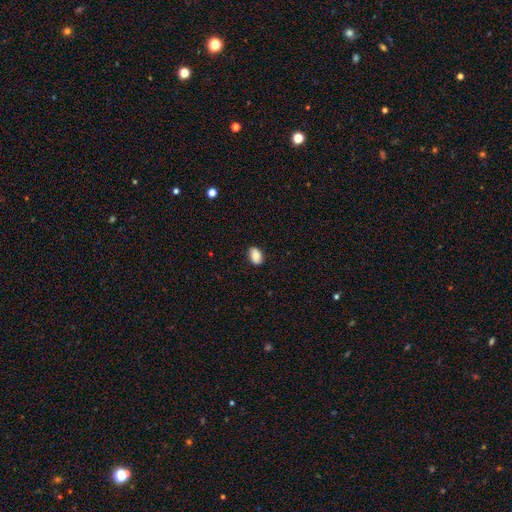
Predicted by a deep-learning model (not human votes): smooth_or_featured: smooth (p=0.86) [alt: star or artifact p=0.08]
how_rounded: in between (p=0.85) [alt: round p=0.14]
merging: none (p=0.83) [alt: minor disturbance p=0.14]